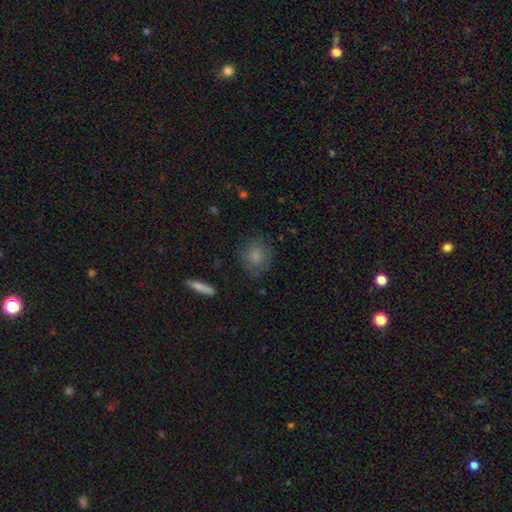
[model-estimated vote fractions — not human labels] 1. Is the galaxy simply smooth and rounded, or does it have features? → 80% smooth, 11% featured or disk, 9% star or artifact.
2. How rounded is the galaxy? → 77% round, 21% in between, 2% cigar-shaped.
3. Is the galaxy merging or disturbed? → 76% none, 17% minor disturbance, 6% major disturbance, 2% merger.